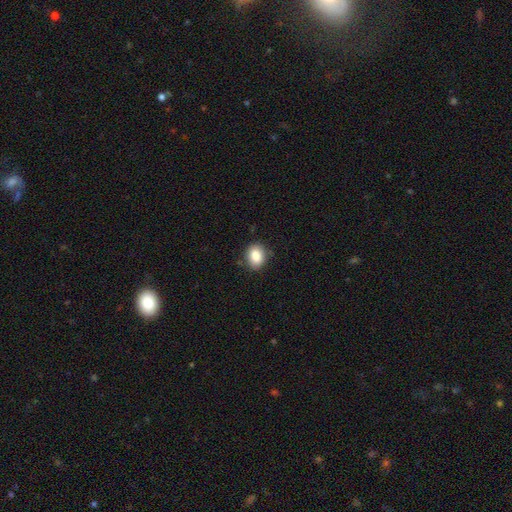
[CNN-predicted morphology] Smooth or featured? smooth (86%)
How rounded? in between (60%)
Merging? none (83%)